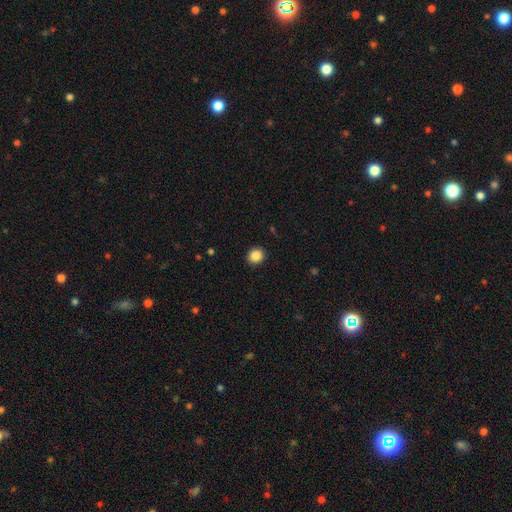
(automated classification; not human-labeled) Smooth or featured? Predicted: smooth (p=0.86). How rounded? Predicted: round (p=0.85). Merging? Predicted: none (p=0.92).